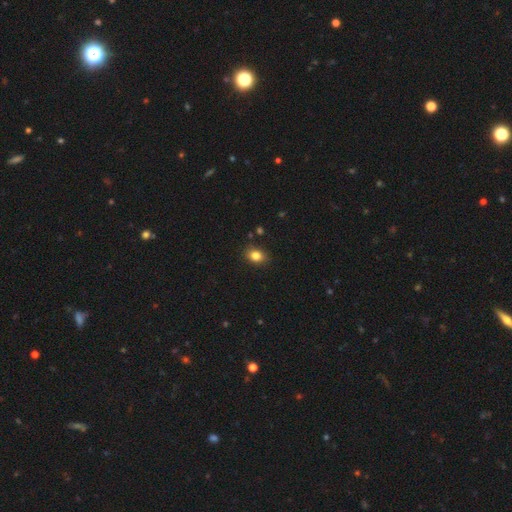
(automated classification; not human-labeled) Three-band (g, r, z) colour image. It shows a smooth galaxy with no disk features (83%) that is in between round and cigar-shaped (64%). Merging: none (85%).